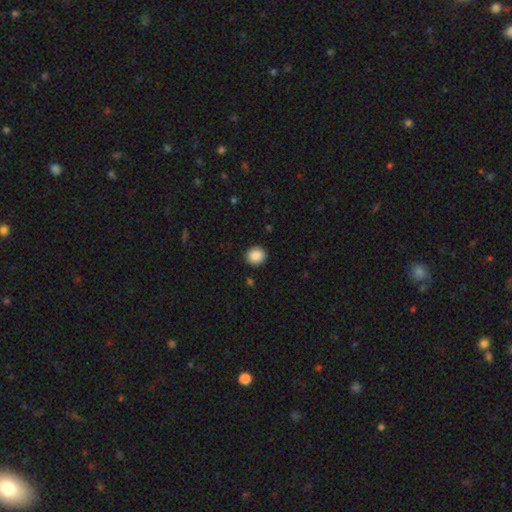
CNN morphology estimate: The model was most divided on "how rounded": round: 84%, in between: 15%, cigar-shaped: 1%. More confident: merging — none (90%); smooth or featured — smooth (89%).